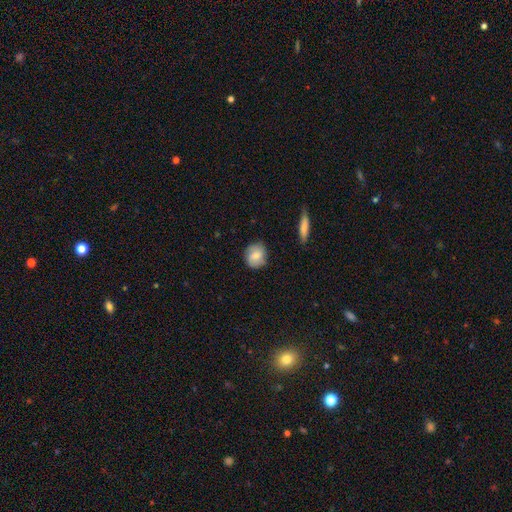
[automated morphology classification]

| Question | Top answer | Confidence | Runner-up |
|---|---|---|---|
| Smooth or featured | smooth | 79% | featured or disk (14%) |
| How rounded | round | 77% | in between (21%) |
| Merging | none | 81% | minor disturbance (15%) |